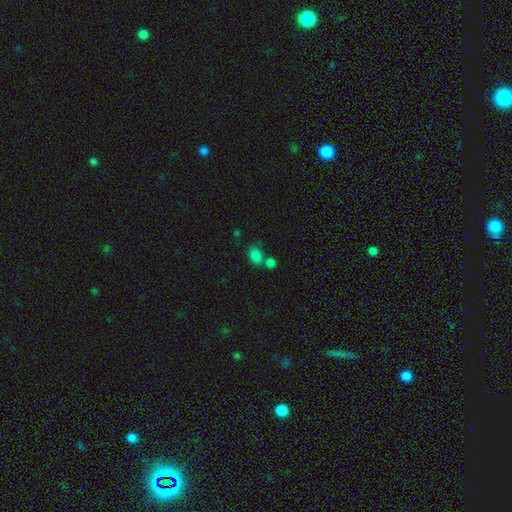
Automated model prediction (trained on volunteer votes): Smooth or featured: smooth — 81% (star or artifact — 12%)
How rounded: in between — 64% (round — 35%)
Merging: none — 47% (merger — 36%)